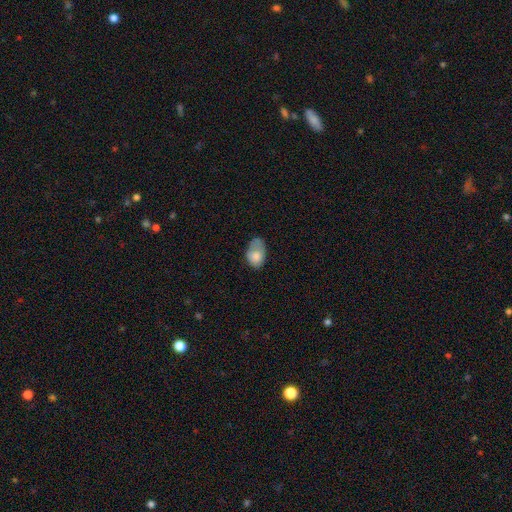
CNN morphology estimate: Smooth or featured?
  - smooth: 76% *
  - featured or disk: 15%
  - star or artifact: 8%
How rounded?
  - in between: 85% *
  - round: 14%
  - cigar-shaped: 1%
Merging?
  - minor disturbance: 39% *
  - none: 33%
  - major disturbance: 24%
  - merger: 5%